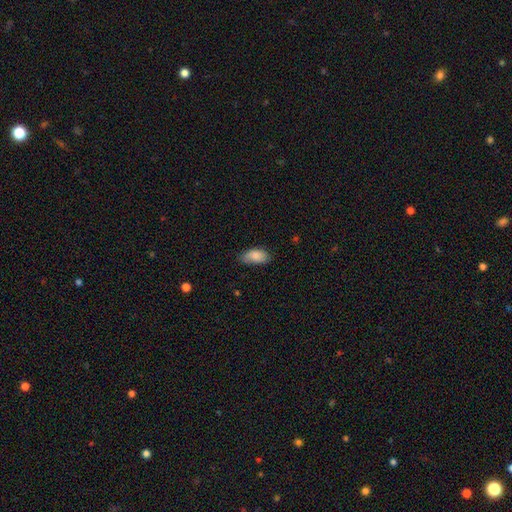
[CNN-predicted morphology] Smooth or featured? smooth (84%)
How rounded? in between (92%)
Merging? none (62%)